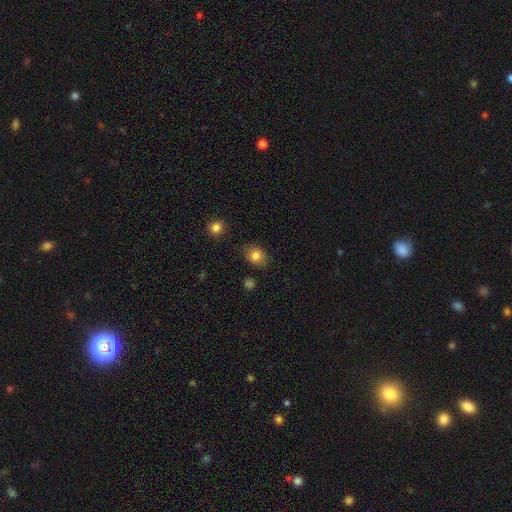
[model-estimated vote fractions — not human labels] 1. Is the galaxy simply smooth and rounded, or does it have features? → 83% smooth, 10% star or artifact, 7% featured or disk.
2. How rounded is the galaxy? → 51% round, 48% in between, 1% cigar-shaped.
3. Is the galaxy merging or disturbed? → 82% none, 13% minor disturbance, 3% major disturbance, 2% merger.